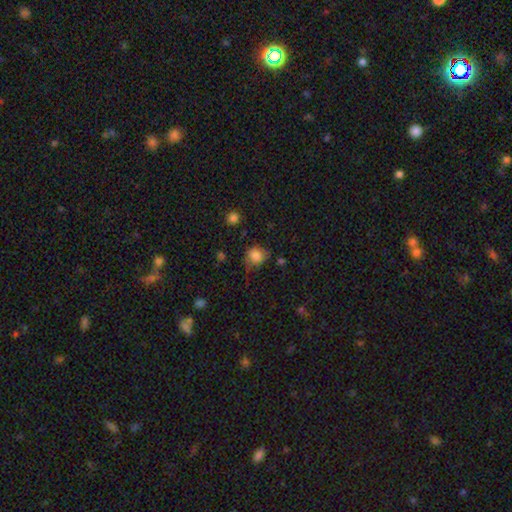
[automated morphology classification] A smooth galaxy with no disk features (80%) that is round (70%).

Vote fractions:
- Smooth or featured? smooth: 80% / star or artifact: 11% / featured or disk: 9%
- How rounded? round: 70% / in between: 29% / cigar-shaped: 1%
- Merging? none: 52% / minor disturbance: 31% / major disturbance: 14% / merger: 3%